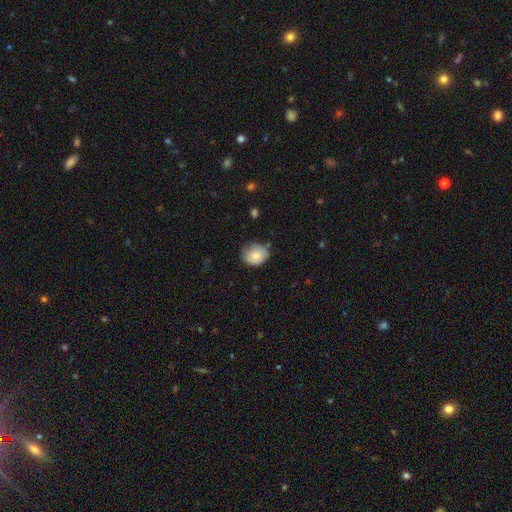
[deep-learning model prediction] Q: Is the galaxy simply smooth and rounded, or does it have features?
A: smooth — 81%.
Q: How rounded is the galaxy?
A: round — 54%.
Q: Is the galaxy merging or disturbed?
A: none — 67%.